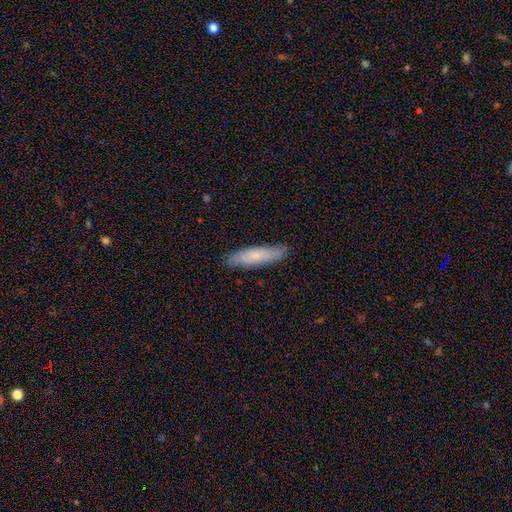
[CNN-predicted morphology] Q: Smooth or featured?
A: smooth (69%); runner-up: featured or disk (25%)
Q: How rounded?
A: cigar-shaped (75%); runner-up: in between (23%)
Q: Merging?
A: none (85%); runner-up: minor disturbance (12%)